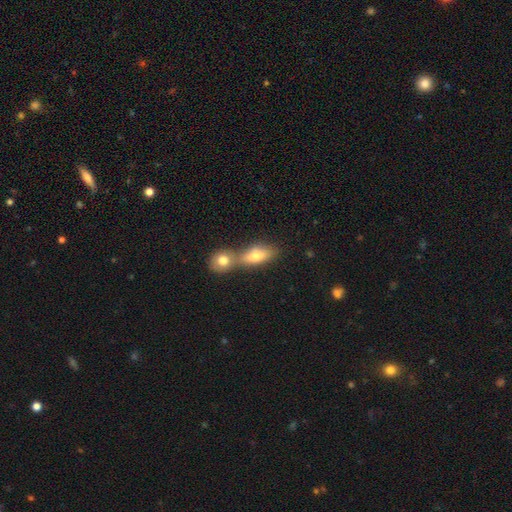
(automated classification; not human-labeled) Smooth or featured: smooth — 69% (featured or disk — 21%)
How rounded: in between — 68% (cigar-shaped — 21%)
Merging: merger — 54% (none — 35%)